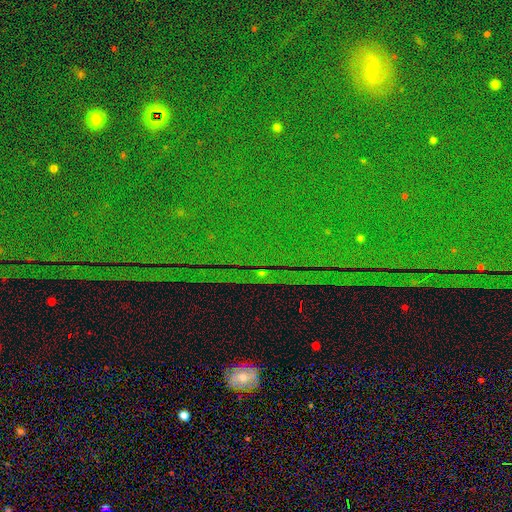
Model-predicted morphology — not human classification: The model was most divided on "smooth or featured": star or artifact: 82%, smooth: 9%, featured or disk: 8%.